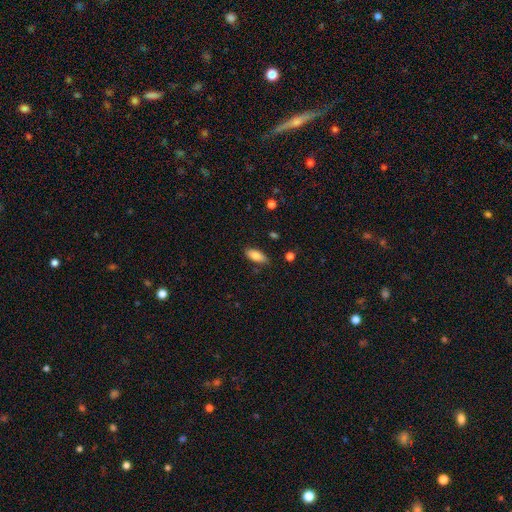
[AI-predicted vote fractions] The model was most divided on "merging": none: 80%, minor disturbance: 15%, major disturbance: 3%, merger: 2%. More confident: how rounded — in between (83%); smooth or featured — smooth (82%).